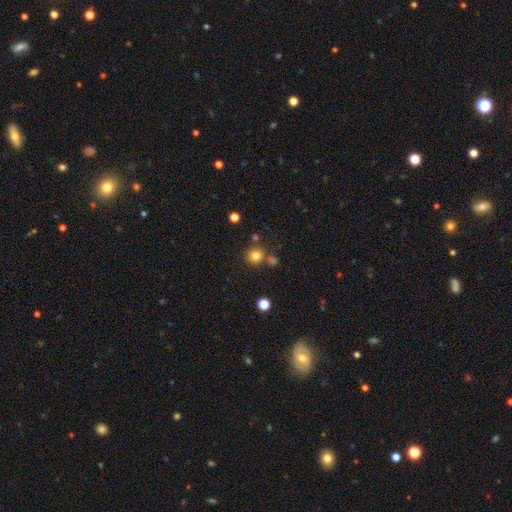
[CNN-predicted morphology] A smooth galaxy with no disk features (81%) that is round (92%).

Vote fractions:
- Smooth or featured? smooth: 81% / star or artifact: 14% / featured or disk: 6%
- How rounded? round: 92% / in between: 7% / cigar-shaped: 1%
- Merging? none: 75% / merger: 13% / minor disturbance: 9% / major disturbance: 3%